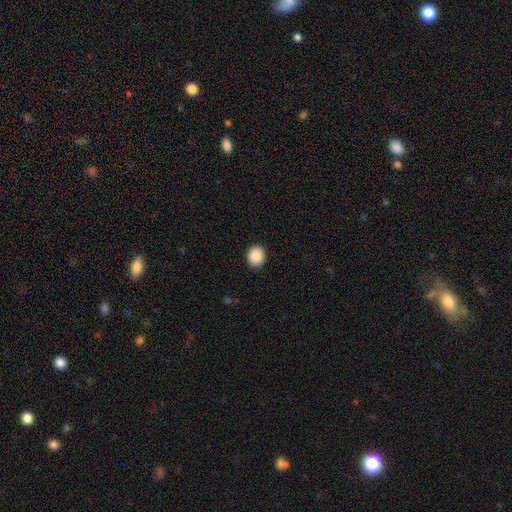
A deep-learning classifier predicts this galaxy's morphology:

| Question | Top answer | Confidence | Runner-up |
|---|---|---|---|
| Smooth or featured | smooth | 89% | star or artifact (8%) |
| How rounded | round | 71% | in between (28%) |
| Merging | none | 89% | minor disturbance (8%) |